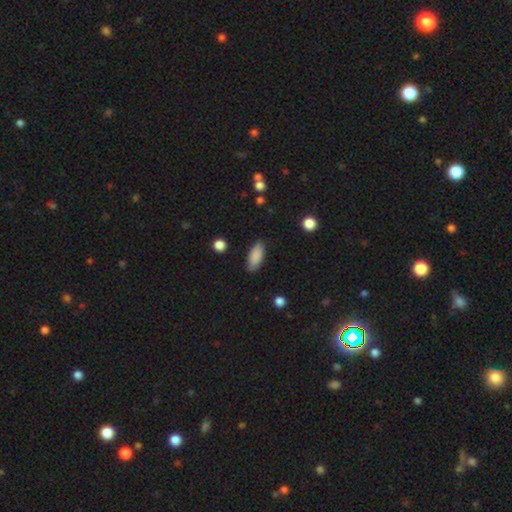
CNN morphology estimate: smooth-or-featured: smooth: 88% | star or artifact: 6% | featured or disk: 6%
  how-rounded: in between: 79% | cigar-shaped: 19% | round: 2%
  merging: none: 87% | minor disturbance: 9% | major disturbance: 2% | merger: 1%